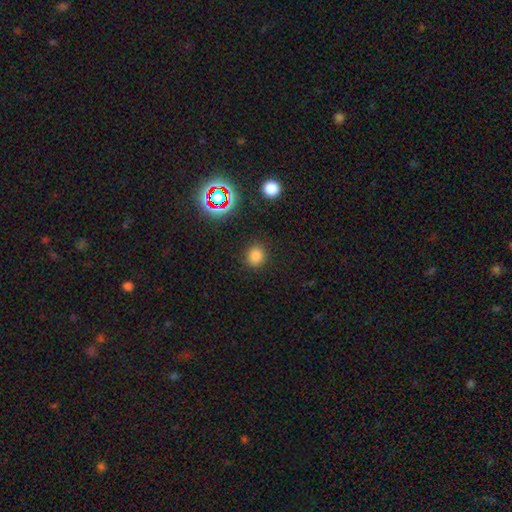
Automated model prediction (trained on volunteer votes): Q: Smooth or featured?
A: smooth (78%); runner-up: star or artifact (17%)
Q: How rounded?
A: round (81%); runner-up: in between (18%)
Q: Merging?
A: none (89%); runner-up: minor disturbance (7%)